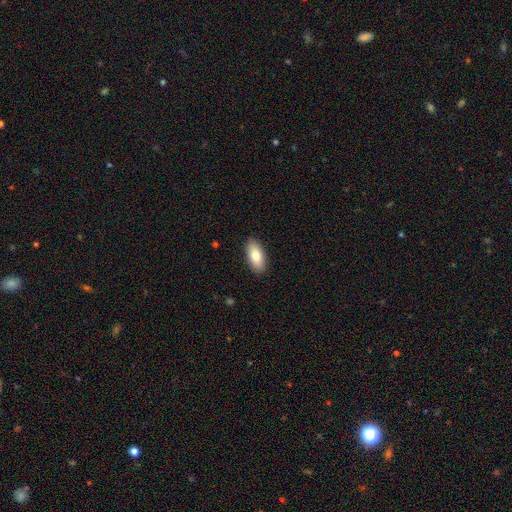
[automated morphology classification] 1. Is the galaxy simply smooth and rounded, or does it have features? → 80% smooth, 13% featured or disk, 6% star or artifact.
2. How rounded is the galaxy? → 90% in between, 8% cigar-shaped, 2% round.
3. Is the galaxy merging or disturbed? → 89% none, 8% minor disturbance, 2% major disturbance, 1% merger.